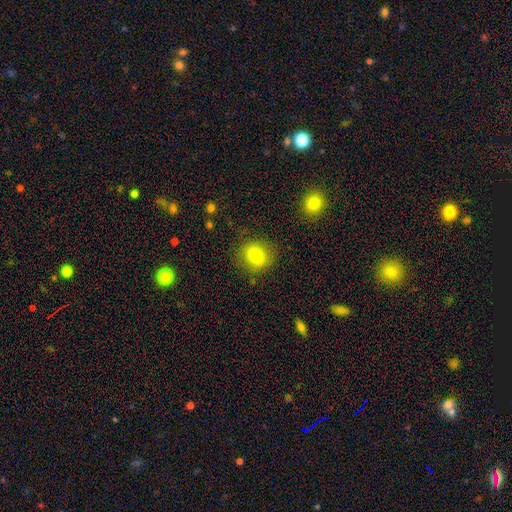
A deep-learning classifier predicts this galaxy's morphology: smooth_or_featured: smooth (p=0.78) [alt: featured or disk p=0.11]
how_rounded: round (p=0.80) [alt: in between p=0.20]
merging: none (p=0.82) [alt: minor disturbance p=0.12]